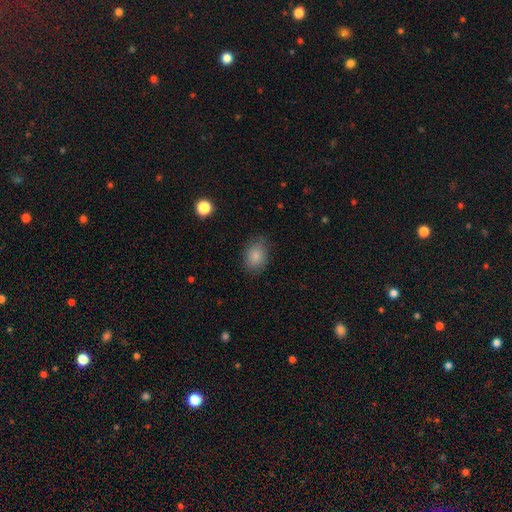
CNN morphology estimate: A smooth galaxy with no disk features (85%) that is in between round and cigar-shaped (60%).

Vote fractions:
- Smooth or featured? smooth: 85% / star or artifact: 9% / featured or disk: 6%
- How rounded? in between: 60% / round: 39% / cigar-shaped: 1%
- Merging? none: 77% / minor disturbance: 17% / major disturbance: 4% / merger: 1%